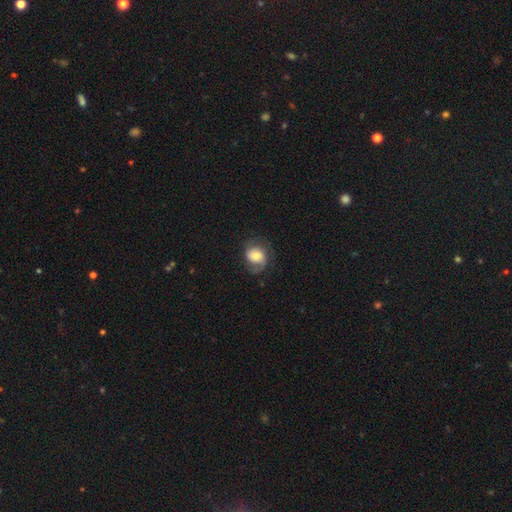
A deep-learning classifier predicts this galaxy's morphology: smooth_or_featured: featured or disk (p=0.48) [alt: smooth p=0.44]
merging: none (p=0.64) [alt: minor disturbance p=0.21]